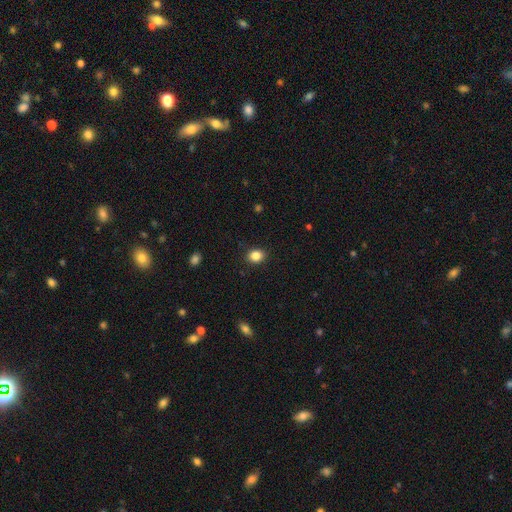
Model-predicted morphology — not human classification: This appears to be a smooth galaxy with no disk features (85%) that is round (60%). Merging: none (89%).